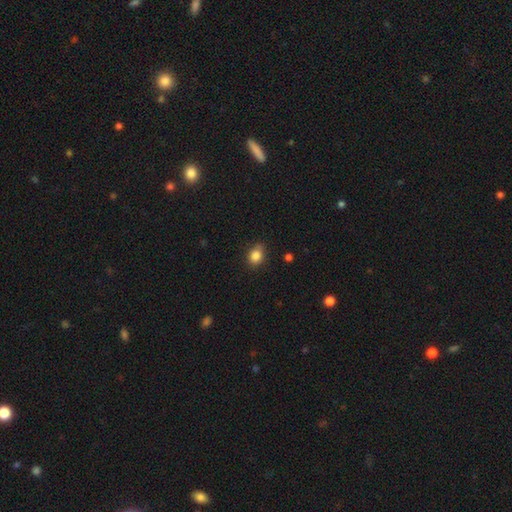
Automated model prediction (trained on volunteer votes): smooth-or-featured: smooth: 85% | star or artifact: 11% | featured or disk: 5%
  how-rounded: round: 60% | in between: 39% | cigar-shaped: 1%
  merging: none: 72% | minor disturbance: 21% | major disturbance: 4% | merger: 3%